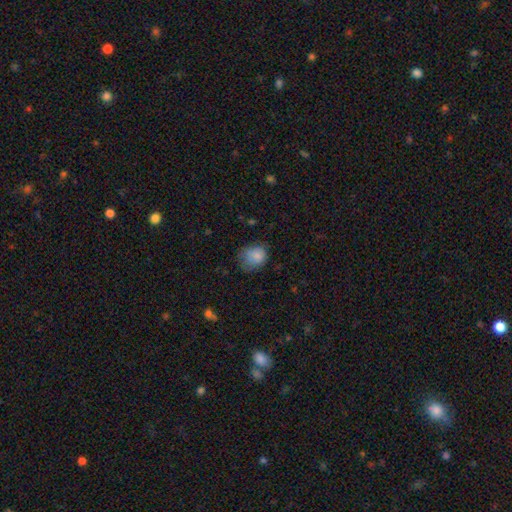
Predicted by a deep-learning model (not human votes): smooth 83%, star or artifact 9%, featured or disk 8%. Down the decision tree: how rounded — round (59%); merging — none (50%).